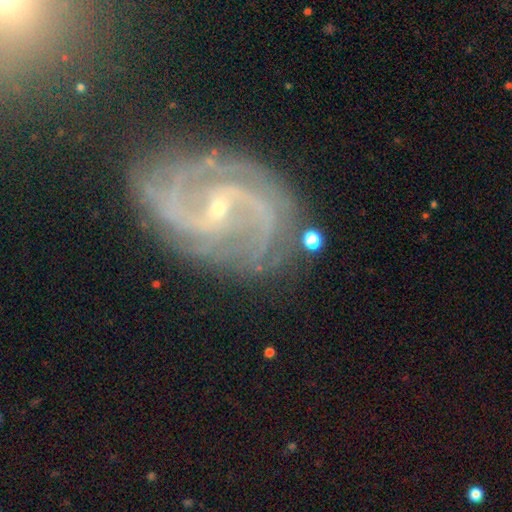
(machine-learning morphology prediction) Q: Smooth or featured?
A: featured or disk (87%); runner-up: star or artifact (7%)
Q: Edge-on disk?
A: no (98%); runner-up: yes (2%)
Q: Bar?
A: weak (44%); runner-up: strong (29%)
Q: Spiral arms?
A: yes (97%); runner-up: no (3%)
Q: Spiral winding?
A: medium (46%); runner-up: tight (40%)
Q: Spiral arm count?
A: 2 (47%); runner-up: 3 (17%)
Q: Bulge size?
A: small (77%); runner-up: moderate (19%)
Q: Merging?
A: none (74%); runner-up: minor disturbance (16%)